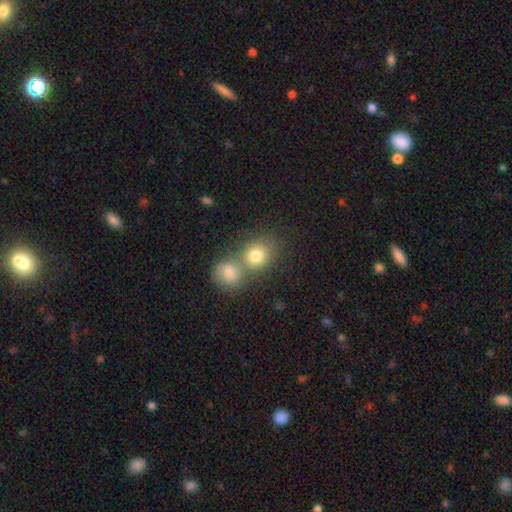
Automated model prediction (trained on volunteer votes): Overall: smooth (78%). How rounded: round (75%). Merging: merger (46%; none 41%).